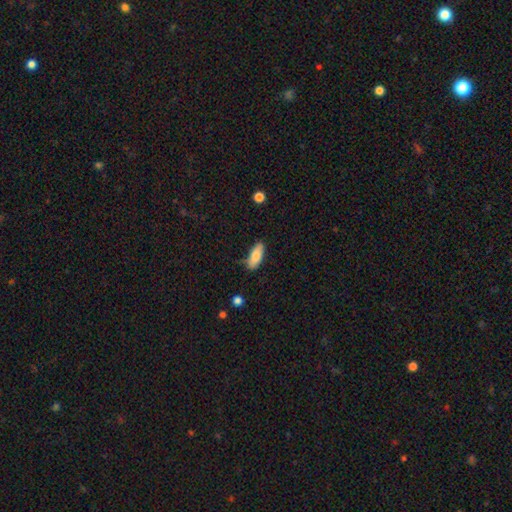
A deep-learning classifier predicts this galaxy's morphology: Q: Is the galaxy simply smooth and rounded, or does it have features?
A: smooth — 79%.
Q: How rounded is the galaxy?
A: in between — 77%.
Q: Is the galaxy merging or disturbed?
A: none — 70%.